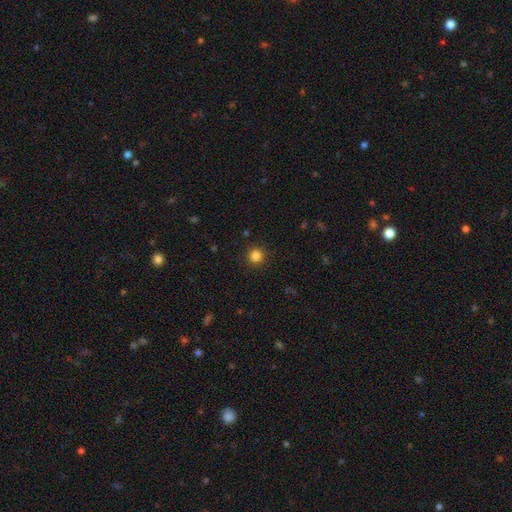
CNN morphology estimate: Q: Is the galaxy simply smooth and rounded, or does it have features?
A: smooth — 83%.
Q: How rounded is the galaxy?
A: round — 95%.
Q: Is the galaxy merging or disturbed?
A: none — 91%.